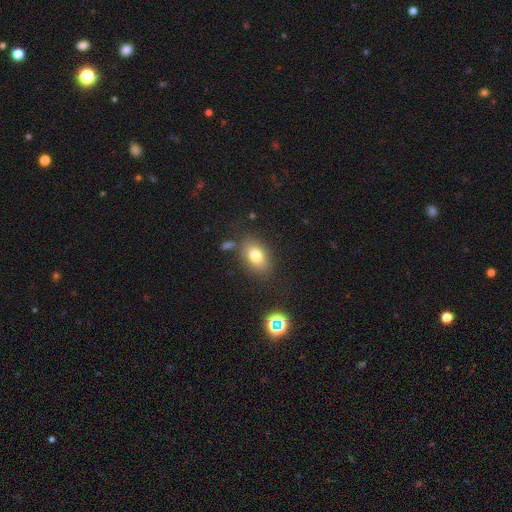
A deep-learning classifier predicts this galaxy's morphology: Overall: smooth (77%). How rounded: in between (79%). Merging: none (78%).